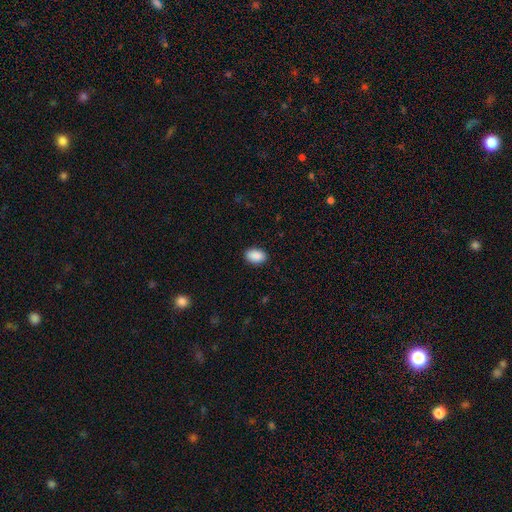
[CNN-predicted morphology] type=smooth (90%); roundness=in between (88%); merging=none (89%).